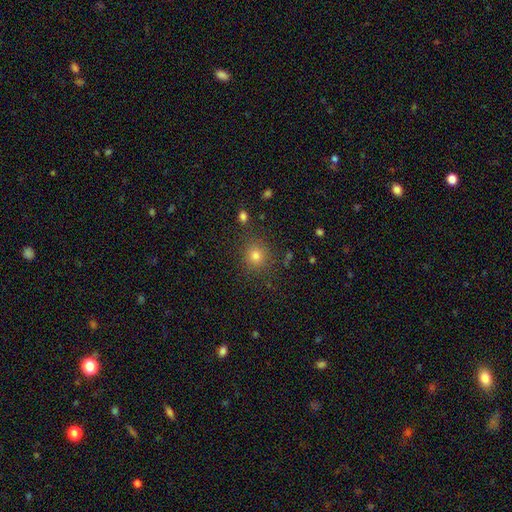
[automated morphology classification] Smooth or featured? smooth (76%)
How rounded? round (88%)
Merging? none (86%)